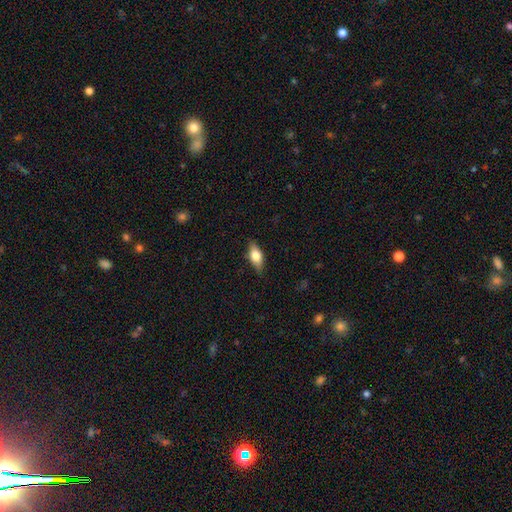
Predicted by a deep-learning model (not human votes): Smooth or featured? smooth (65%)
How rounded? in between (80%)
Merging? none (83%)